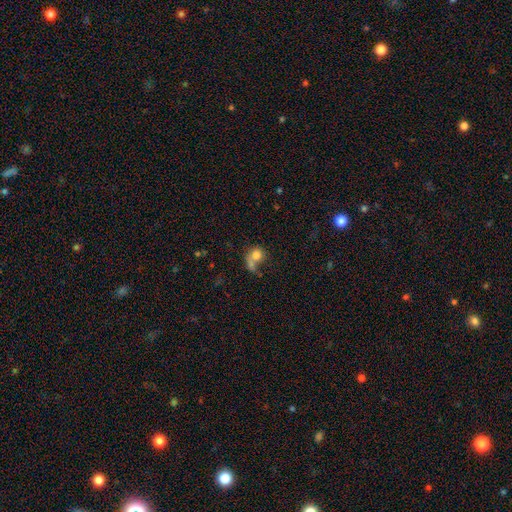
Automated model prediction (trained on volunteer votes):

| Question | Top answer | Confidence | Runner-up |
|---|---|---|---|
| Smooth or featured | smooth | 74% | featured or disk (15%) |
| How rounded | round | 72% | in between (26%) |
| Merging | merger | 37% | none (31%) |